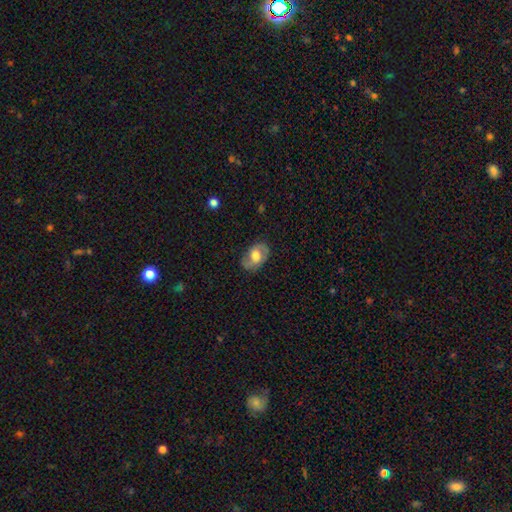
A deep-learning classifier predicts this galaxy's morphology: type=featured or disk (54%); edge-on=no (94%); bar=no (59%); spiral arms=yes (74%); bulge=moderate (48%); merging=none (76%).